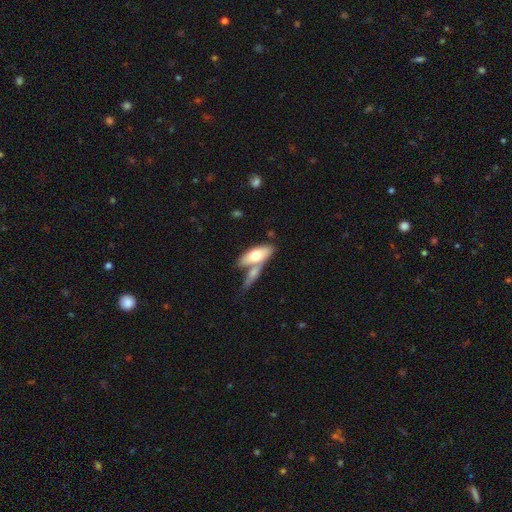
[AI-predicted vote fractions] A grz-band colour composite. It shows a smooth galaxy with no disk features (63%) that is in between round and cigar-shaped (73%). Merging: merger (45%).